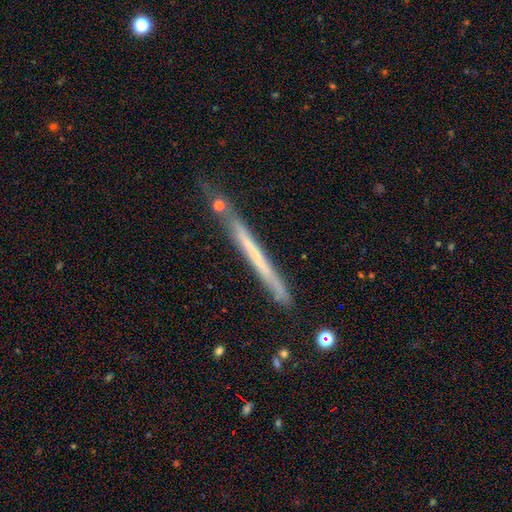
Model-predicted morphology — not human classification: Overall: featured or disk (49%; smooth 44%). Merging: none (80%).